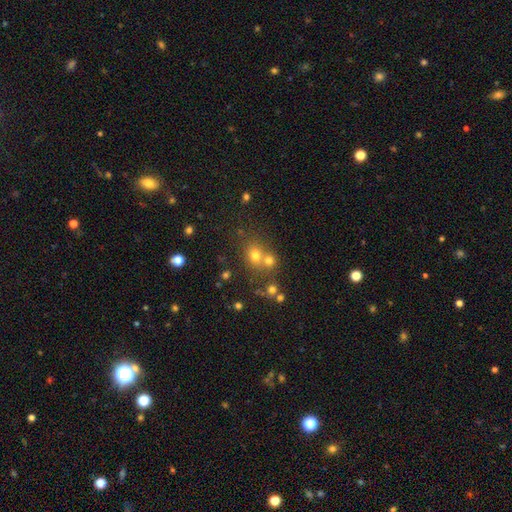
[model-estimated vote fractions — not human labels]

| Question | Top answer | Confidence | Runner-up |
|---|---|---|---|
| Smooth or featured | smooth | 64% | star or artifact (23%) |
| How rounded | round | 76% | in between (23%) |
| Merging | none | 50% | merger (38%) |